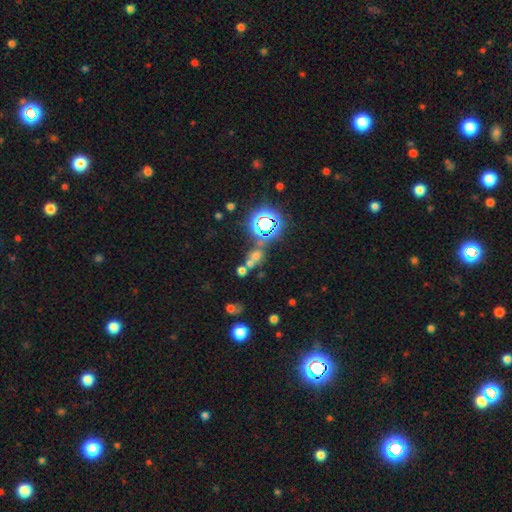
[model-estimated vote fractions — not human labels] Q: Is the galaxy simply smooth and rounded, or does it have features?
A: smooth — 45%.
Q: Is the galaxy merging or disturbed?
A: none — 50%.